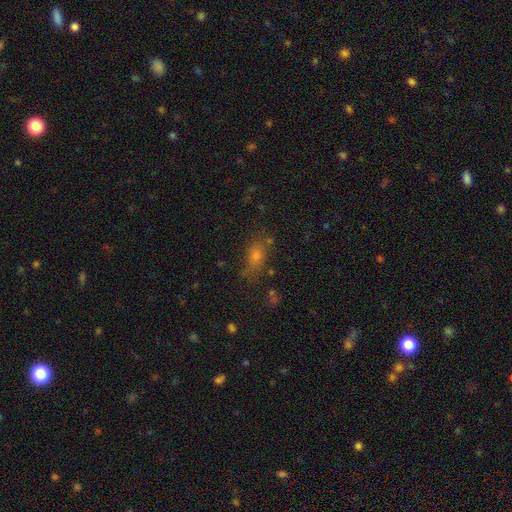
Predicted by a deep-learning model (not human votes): Morphology: type=smooth (60%); roundness=in between (63%); merging=none (69%).